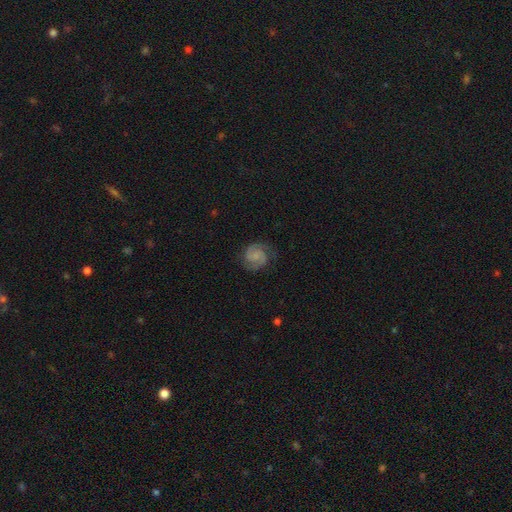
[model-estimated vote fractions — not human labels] Smooth or featured: featured or disk — 84% (smooth — 10%)
Edge-on disk: no — 98% (yes — 2%)
Bar: no — 59% (weak — 35%)
Spiral arms: yes — 98% (no — 2%)
Spiral winding: tight — 46% (medium — 45%)
Spiral arm count: 2 — 91% (can't tell — 3%)
Bulge size: none — 46% (small — 37%)
Merging: none — 81% (minor disturbance — 13%)